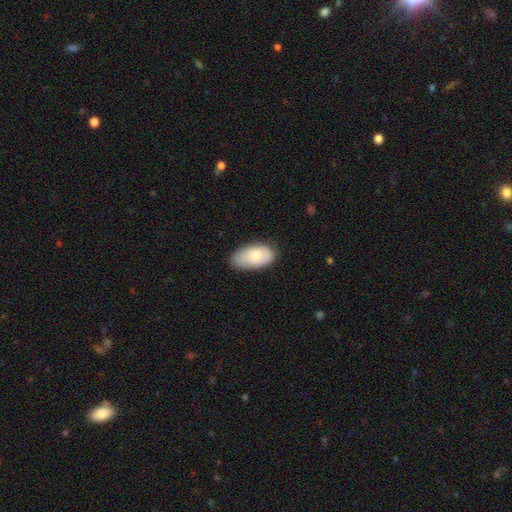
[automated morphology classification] Q: Smooth or featured?
A: smooth (78%); runner-up: featured or disk (17%)
Q: How rounded?
A: in between (95%); runner-up: round (3%)
Q: Merging?
A: none (75%); runner-up: minor disturbance (20%)